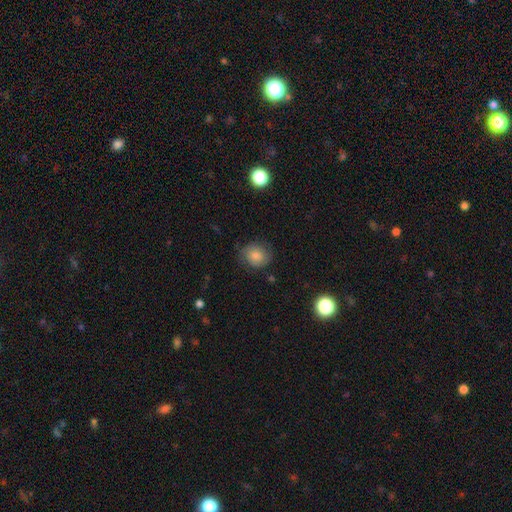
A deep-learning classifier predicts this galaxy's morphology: Q: Smooth or featured?
A: smooth (82%); runner-up: star or artifact (10%)
Q: How rounded?
A: round (75%); runner-up: in between (24%)
Q: Merging?
A: none (76%); runner-up: minor disturbance (18%)